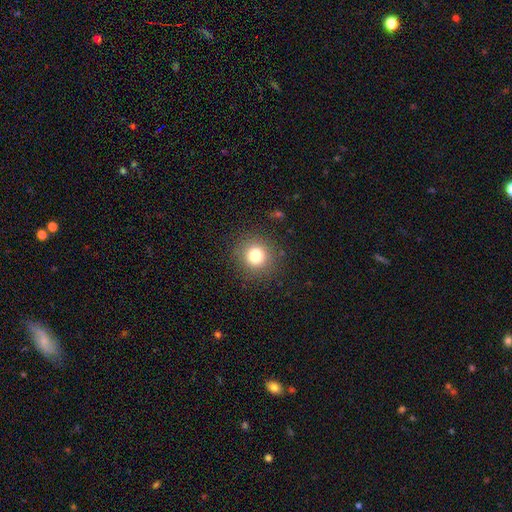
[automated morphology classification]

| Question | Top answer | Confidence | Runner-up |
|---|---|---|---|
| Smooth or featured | smooth | 79% | star or artifact (13%) |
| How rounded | round | 93% | in between (7%) |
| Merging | none | 88% | minor disturbance (8%) |